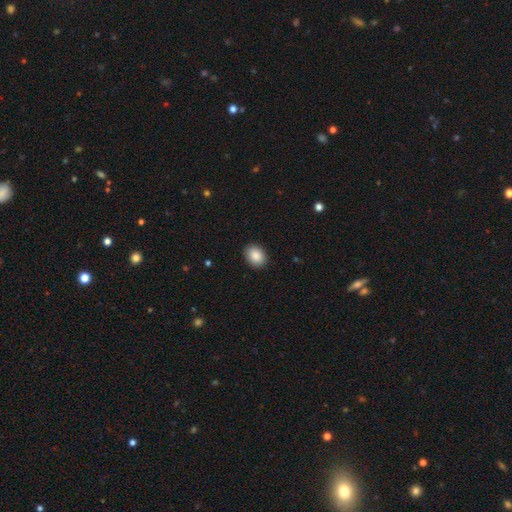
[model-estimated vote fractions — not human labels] A smooth galaxy with no disk features (89%) that is in between round and cigar-shaped (63%).

Vote fractions:
- Smooth or featured? smooth: 89% / star or artifact: 7% / featured or disk: 4%
- How rounded? in between: 63% / round: 36% / cigar-shaped: 1%
- Merging? none: 90% / minor disturbance: 7% / major disturbance: 2% / merger: 1%